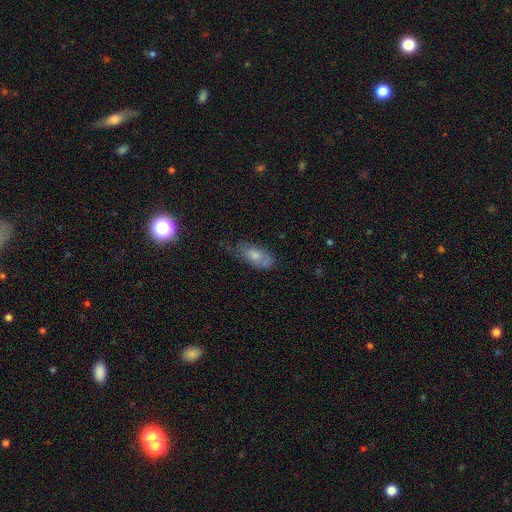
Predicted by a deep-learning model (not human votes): smooth_or_featured: smooth (p=0.68) [alt: featured or disk p=0.24]
how_rounded: in between (p=0.85) [alt: cigar-shaped p=0.11]
merging: none (p=0.48) [alt: minor disturbance p=0.35]